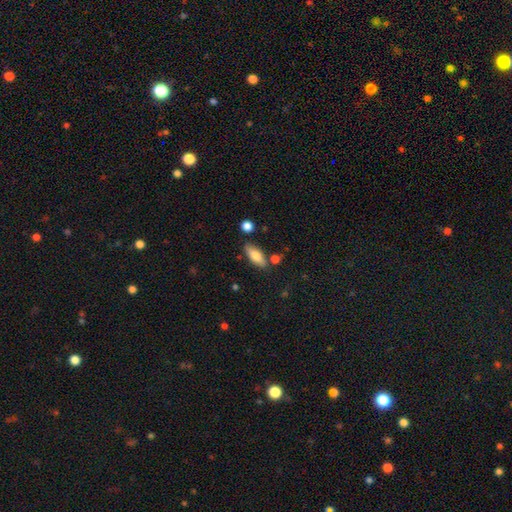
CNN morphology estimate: Smooth or featured?
  - smooth: 73% *
  - featured or disk: 20%
  - star or artifact: 7%
How rounded?
  - in between: 71% *
  - cigar-shaped: 26%
  - round: 3%
Merging?
  - none: 80% *
  - minor disturbance: 12%
  - merger: 6%
  - major disturbance: 3%